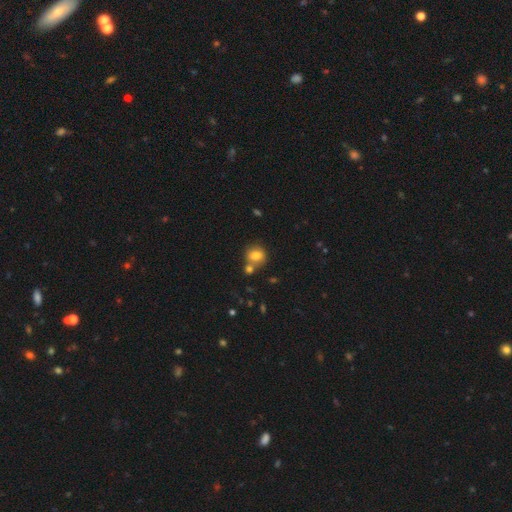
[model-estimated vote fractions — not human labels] A smooth galaxy with no disk features (80%) that is round (72%). Merging: none (61%).